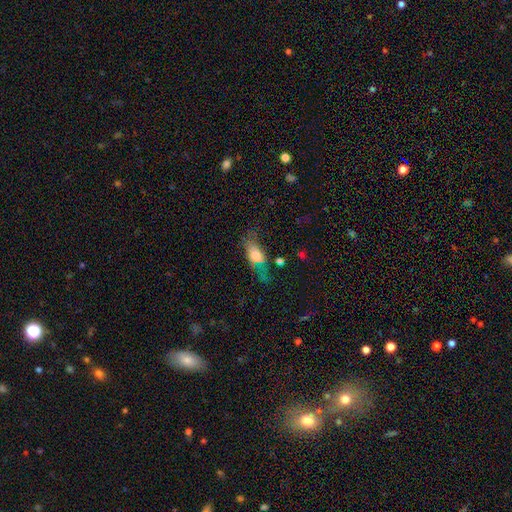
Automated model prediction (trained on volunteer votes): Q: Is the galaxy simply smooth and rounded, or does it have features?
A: smooth — 64%.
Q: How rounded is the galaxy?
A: in between — 71%.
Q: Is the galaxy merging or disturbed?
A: none — 49%.